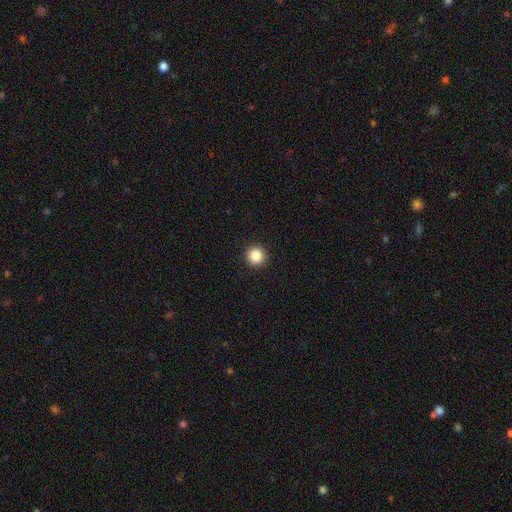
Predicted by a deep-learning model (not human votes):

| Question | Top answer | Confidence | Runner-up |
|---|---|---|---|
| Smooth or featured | smooth | 86% | star or artifact (10%) |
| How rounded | round | 96% | in between (4%) |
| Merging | none | 93% | minor disturbance (4%) |